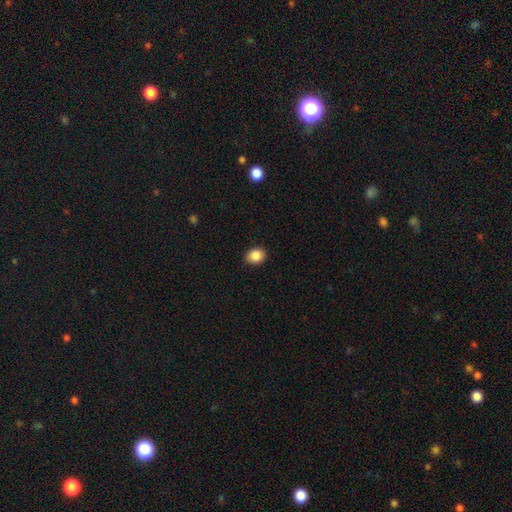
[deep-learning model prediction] A smooth galaxy with no disk features (87%) that is round (54%). Merging: none (91%).